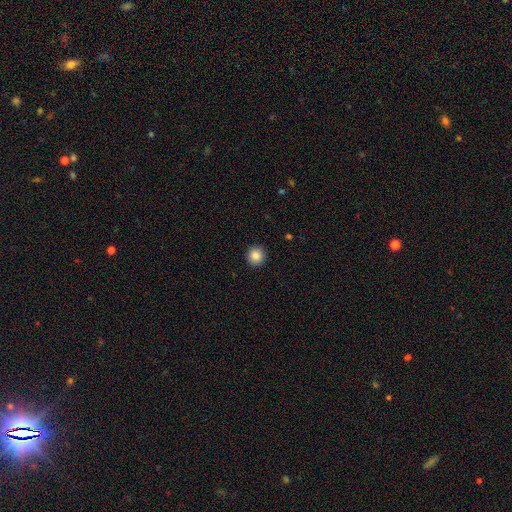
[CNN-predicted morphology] Q: Smooth or featured?
A: smooth (86%); runner-up: star or artifact (9%)
Q: How rounded?
A: round (94%); runner-up: in between (5%)
Q: Merging?
A: none (93%); runner-up: minor disturbance (5%)